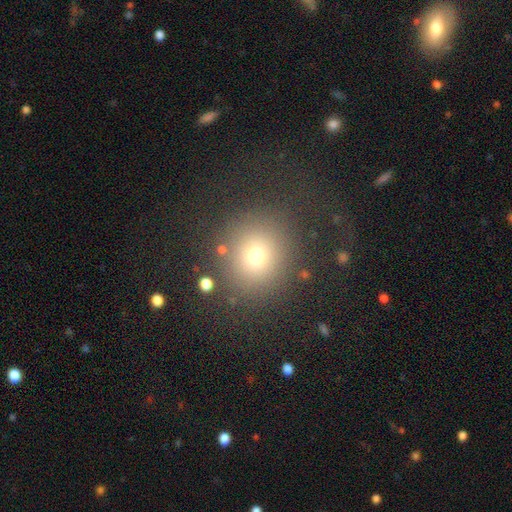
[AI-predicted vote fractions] smooth-or-featured: smooth: 71% | star or artifact: 19% | featured or disk: 10%
  how-rounded: round: 90% | in between: 9% | cigar-shaped: 1%
  merging: none: 81% | minor disturbance: 9% | major disturbance: 7% | merger: 3%